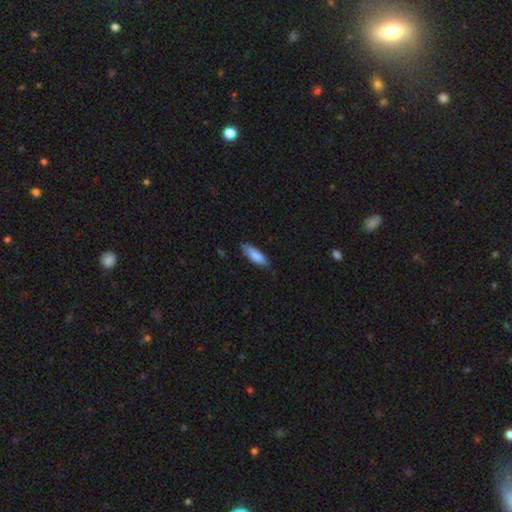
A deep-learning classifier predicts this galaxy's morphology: The model was most divided on "how rounded": in between: 55%, cigar-shaped: 43%, round: 1%. More confident: smooth or featured — smooth (85%); merging — none (77%).